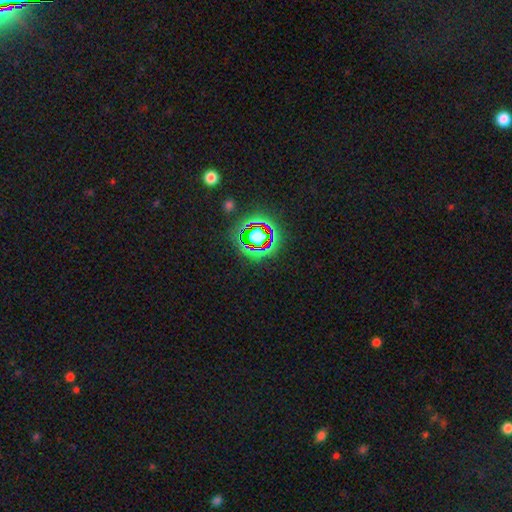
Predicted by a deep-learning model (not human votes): smooth-or-featured: star or artifact: 76% | smooth: 12% | featured or disk: 11%